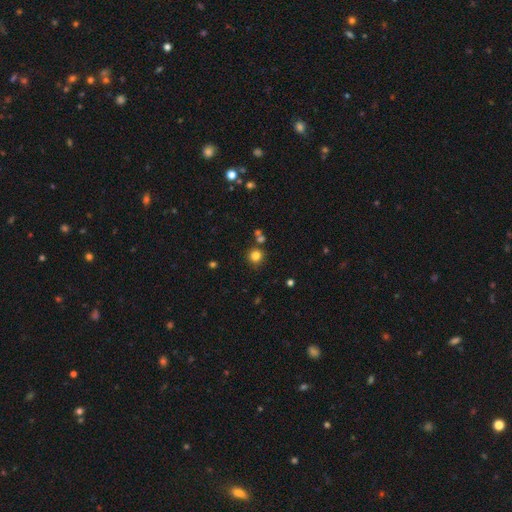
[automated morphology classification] This appears to be a smooth galaxy with no disk features (80%) that is round (92%). Merging: none (81%).